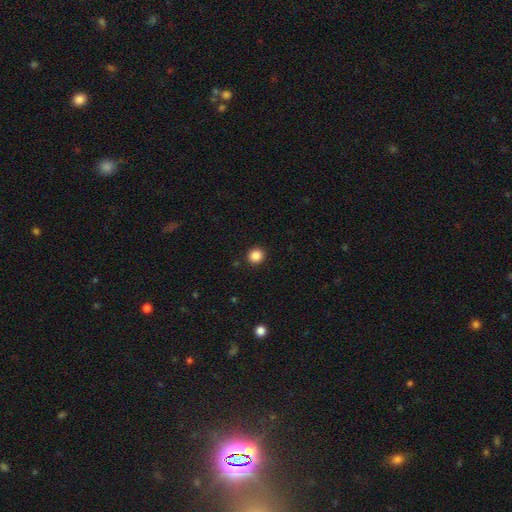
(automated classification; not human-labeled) Smooth or featured: smooth — 86% (star or artifact — 11%)
How rounded: round — 88% (in between — 11%)
Merging: none — 91% (minor disturbance — 6%)